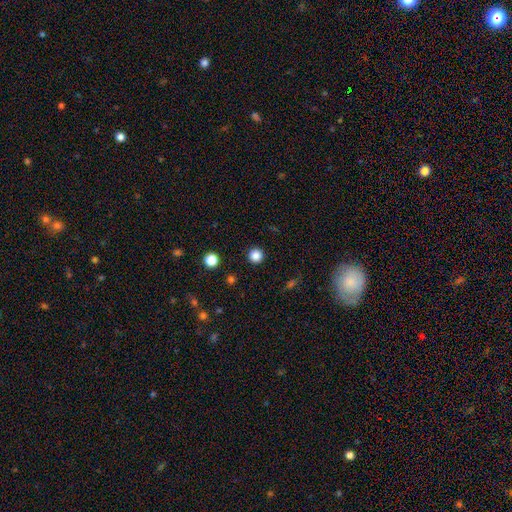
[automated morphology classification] This appears to be a smooth galaxy with no disk features (85%) that is round (96%). Merging: none (93%).